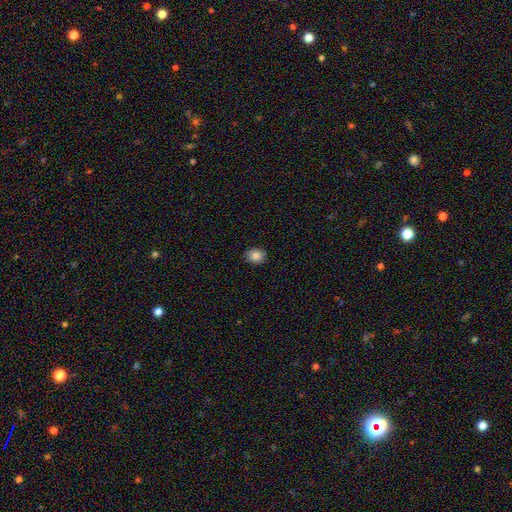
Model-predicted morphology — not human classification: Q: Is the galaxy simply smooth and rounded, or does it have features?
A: smooth — 85%.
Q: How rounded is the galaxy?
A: round — 61%.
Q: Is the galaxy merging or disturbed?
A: none — 85%.